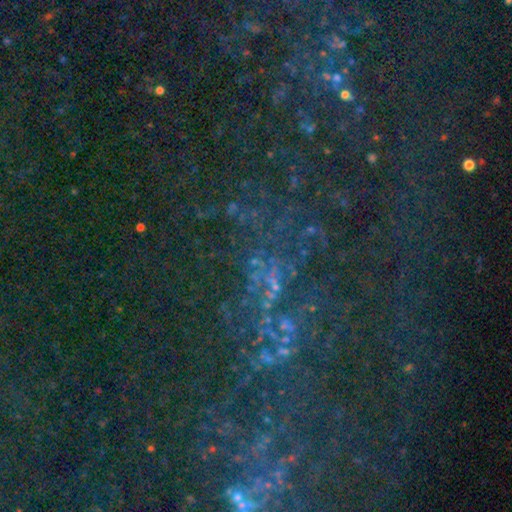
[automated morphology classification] Smooth or featured: star or artifact — 77% (smooth — 12%)